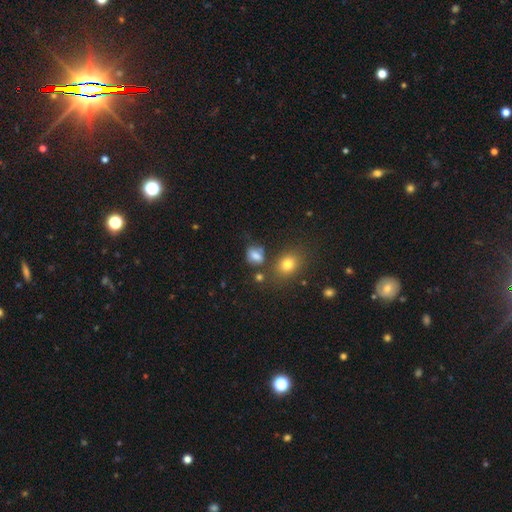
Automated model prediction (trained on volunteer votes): Smooth or featured? smooth (75%)
How rounded? in between (61%)
Merging? none (56%)